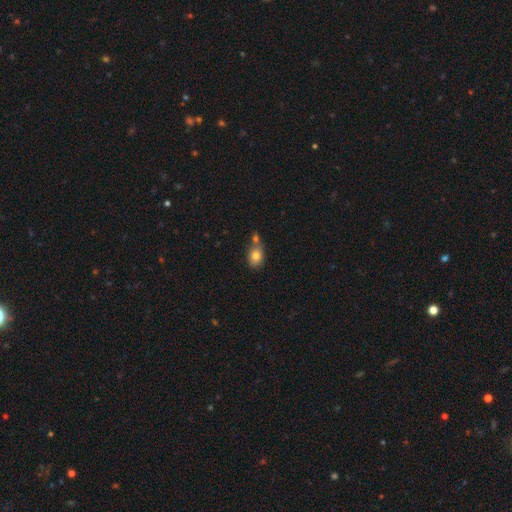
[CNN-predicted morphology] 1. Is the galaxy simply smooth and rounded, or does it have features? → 80% smooth, 11% featured or disk, 9% star or artifact.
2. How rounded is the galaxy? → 65% in between, 33% round, 1% cigar-shaped.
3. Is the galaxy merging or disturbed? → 47% none, 34% merger, 15% minor disturbance, 4% major disturbance.